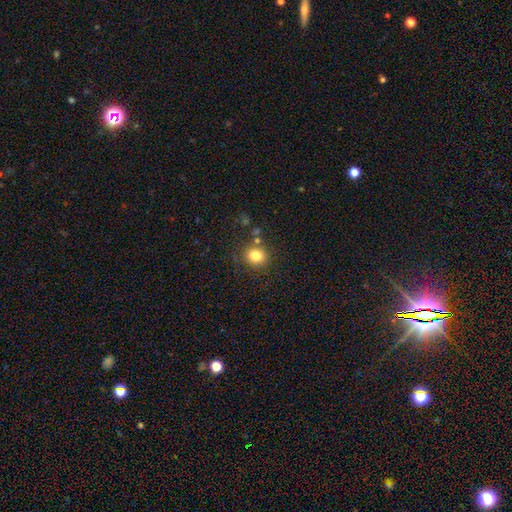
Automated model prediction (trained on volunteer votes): Morphology: type=smooth (80%); roundness=round (82%); merging=none (80%).